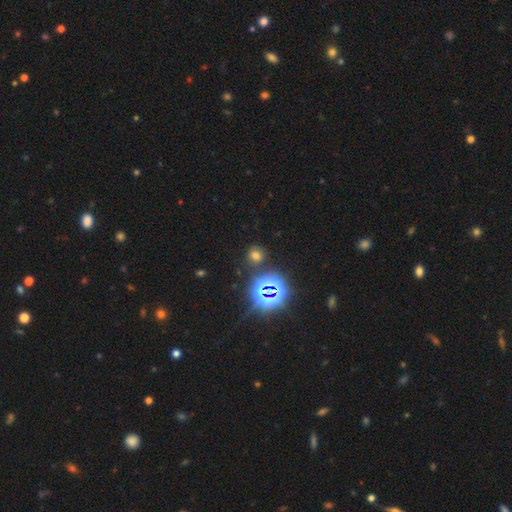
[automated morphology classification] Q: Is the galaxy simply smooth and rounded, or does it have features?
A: smooth — 57%.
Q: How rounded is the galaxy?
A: round — 78%.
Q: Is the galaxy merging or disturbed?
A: none — 81%.